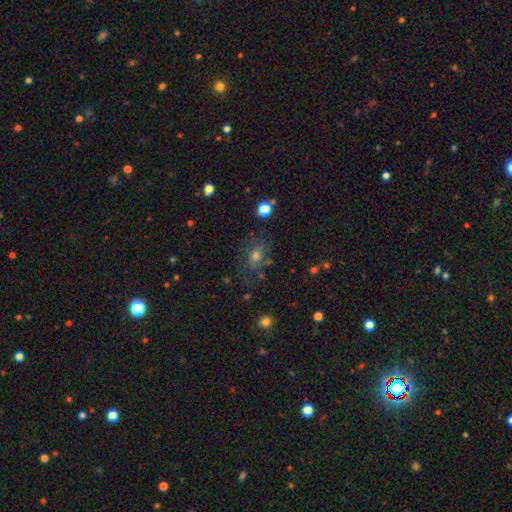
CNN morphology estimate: Smooth or featured?
  - smooth: 50% *
  - star or artifact: 26%
  - featured or disk: 24%
How rounded?
  - in between: 57% *
  - round: 40%
  - cigar-shaped: 2%
Merging?
  - none: 67% *
  - minor disturbance: 19%
  - major disturbance: 10%
  - merger: 4%